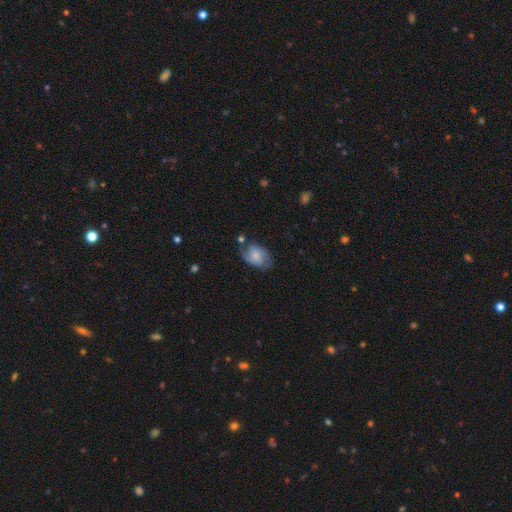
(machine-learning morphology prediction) This is possibly a smooth galaxy (53%). How rounded: clearly in between (84%). Merging: possibly none (54%).